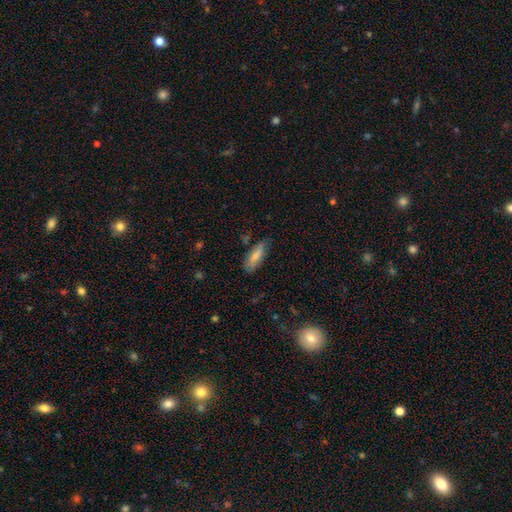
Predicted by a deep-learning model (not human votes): smooth-or-featured: smooth: 76% | featured or disk: 18% | star or artifact: 6%
  how-rounded: in between: 55% | cigar-shaped: 43% | round: 2%
  merging: none: 70% | minor disturbance: 23% | major disturbance: 5% | merger: 3%